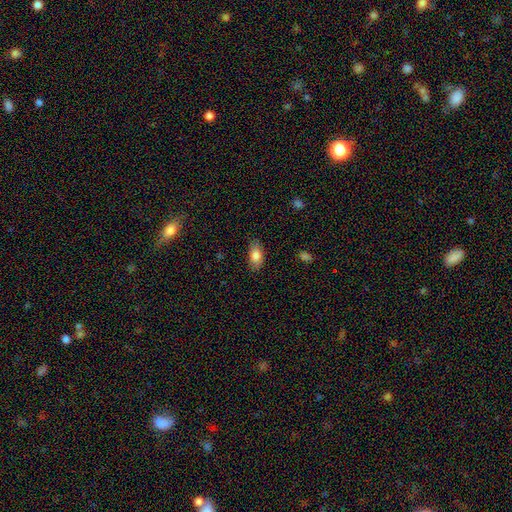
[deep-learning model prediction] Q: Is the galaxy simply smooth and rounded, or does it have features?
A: smooth — 83%.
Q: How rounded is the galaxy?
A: in between — 91%.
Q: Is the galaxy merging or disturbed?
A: none — 83%.